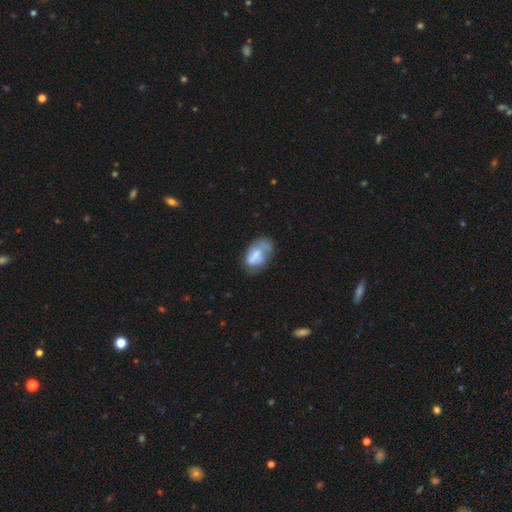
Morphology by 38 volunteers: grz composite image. It shows a smooth galaxy with no disk features (63%) that is in between round and cigar-shaped (92%). Merging: none (54%).